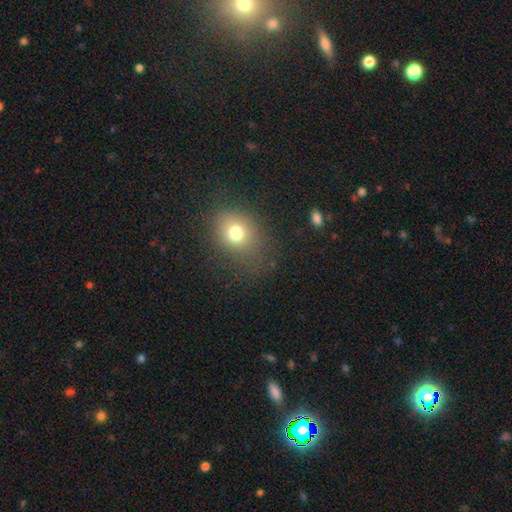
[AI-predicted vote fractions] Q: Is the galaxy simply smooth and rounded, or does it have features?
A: smooth — 64%.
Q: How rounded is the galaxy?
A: round — 58%.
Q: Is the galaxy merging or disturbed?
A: none — 79%.